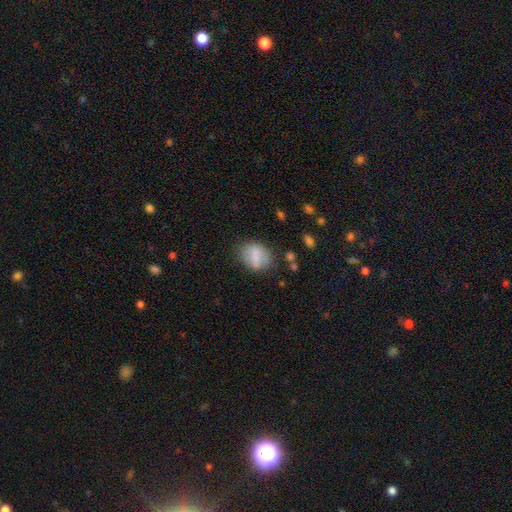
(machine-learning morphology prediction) Smooth or featured?
  - smooth: 65% *
  - featured or disk: 26%
  - star or artifact: 8%
How rounded?
  - in between: 62% *
  - round: 35%
  - cigar-shaped: 3%
Merging?
  - none: 72% *
  - minor disturbance: 18%
  - major disturbance: 7%
  - merger: 3%